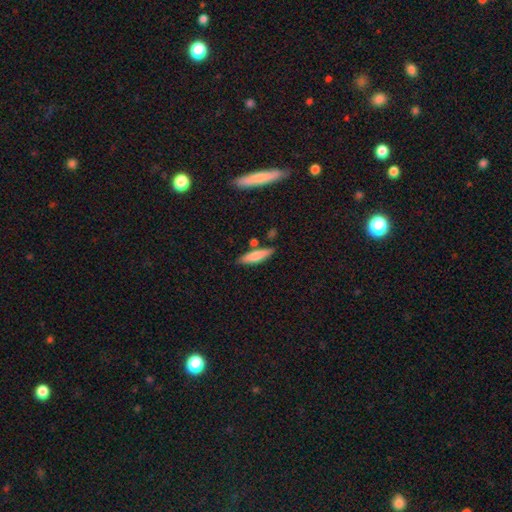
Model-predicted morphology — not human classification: type=smooth (75%); roundness=cigar-shaped (68%); merging=none (76%).